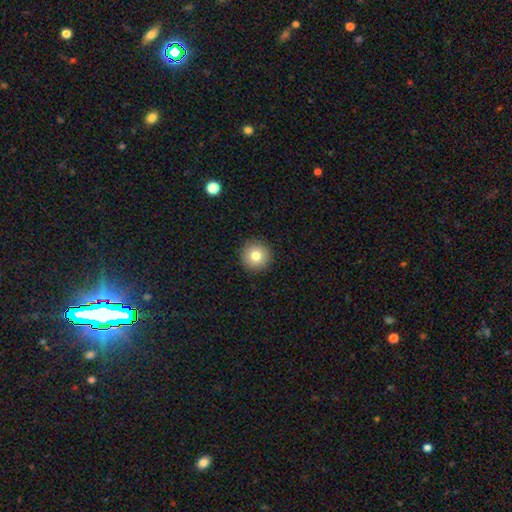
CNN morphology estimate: The model was most divided on "smooth or featured": smooth: 79%, star or artifact: 11%, featured or disk: 10%. More confident: how rounded — round (96%); merging — none (92%).